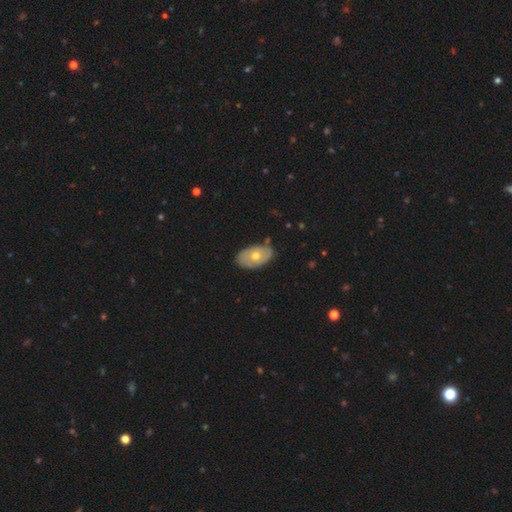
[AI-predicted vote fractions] This is possibly a smooth galaxy (49%). Merging: likely none (76%).